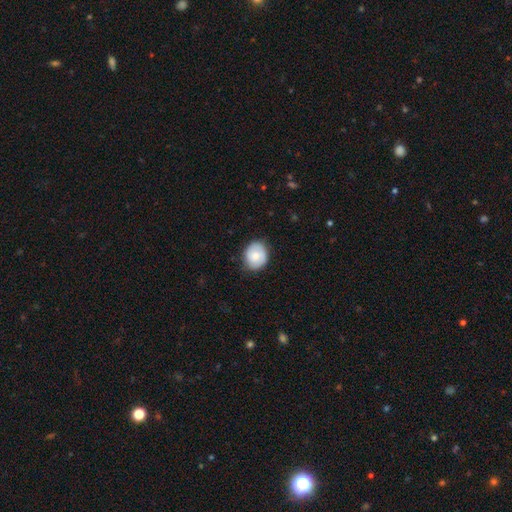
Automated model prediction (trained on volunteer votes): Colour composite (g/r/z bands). It shows a smooth galaxy with no disk features (72%) that is round (68%). Merging: none (79%).